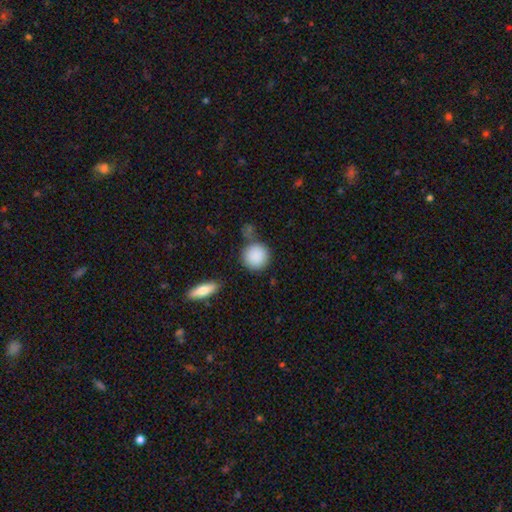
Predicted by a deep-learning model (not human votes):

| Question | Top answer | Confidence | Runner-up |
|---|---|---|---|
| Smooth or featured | smooth | 89% | star or artifact (7%) |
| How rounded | round | 91% | in between (7%) |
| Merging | none | 73% | minor disturbance (13%) |